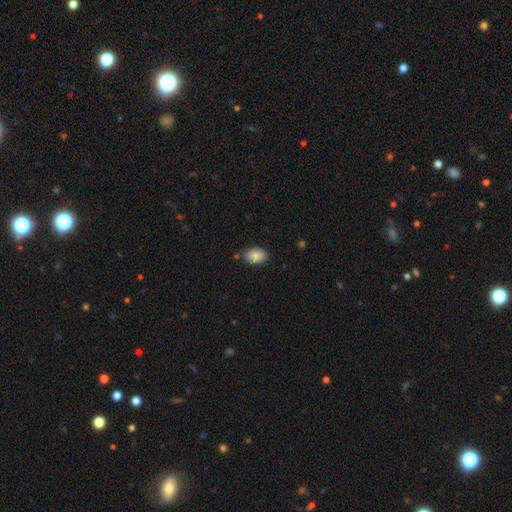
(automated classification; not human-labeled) smooth 89%, star or artifact 7%, featured or disk 4%. Down the decision tree: how rounded — in between (88%); merging — none (81%).